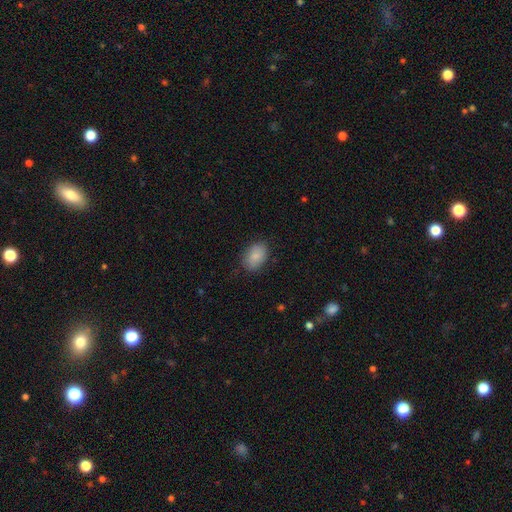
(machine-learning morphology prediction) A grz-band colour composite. It shows a smooth galaxy with no disk features (87%) that is in between round and cigar-shaped (84%). Merging: none (82%).